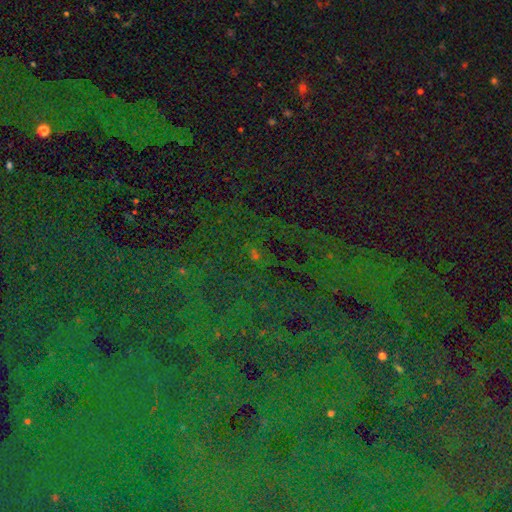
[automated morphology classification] Q: Smooth or featured?
A: star or artifact (80%); runner-up: smooth (11%)